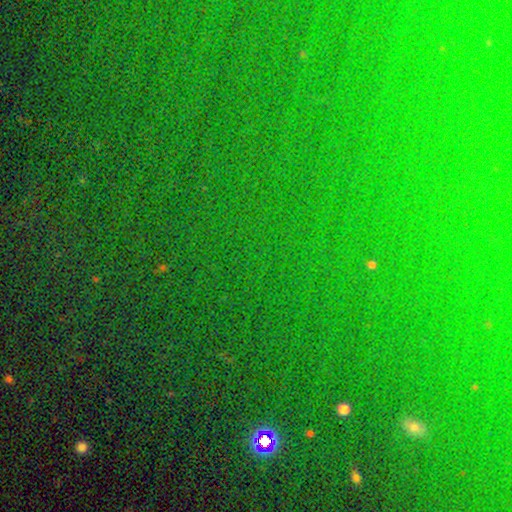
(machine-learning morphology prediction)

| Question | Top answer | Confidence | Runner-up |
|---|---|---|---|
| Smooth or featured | star or artifact | 80% | smooth (11%) |